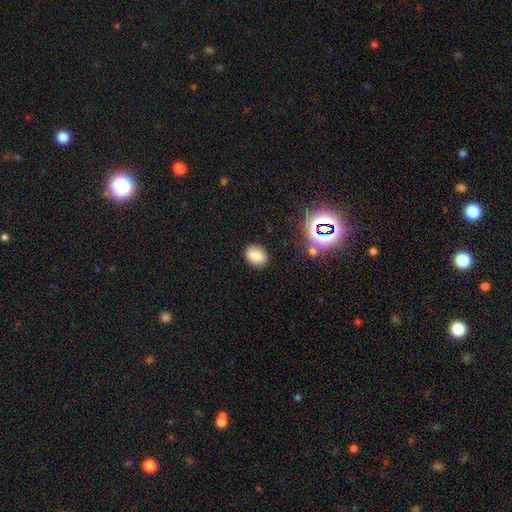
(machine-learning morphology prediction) This appears to be a smooth galaxy with no disk features (78%) that is in between round and cigar-shaped (59%). Merging: none (86%).